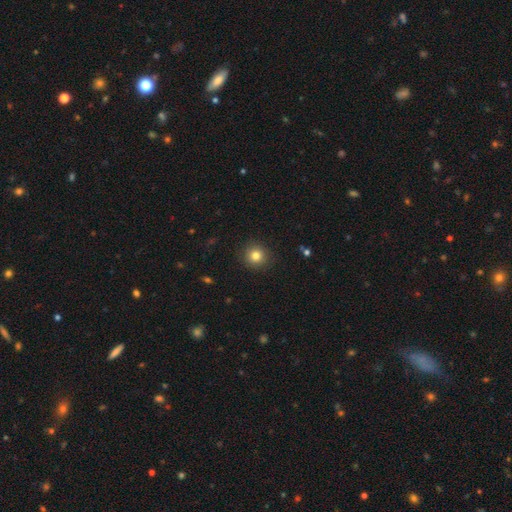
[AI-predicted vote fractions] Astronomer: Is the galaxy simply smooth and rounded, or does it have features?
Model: smooth — 81%.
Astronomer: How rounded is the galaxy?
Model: round — 92%.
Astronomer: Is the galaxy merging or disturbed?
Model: none — 90%.